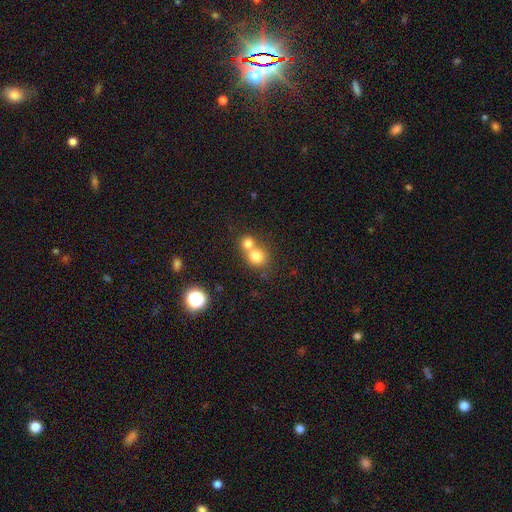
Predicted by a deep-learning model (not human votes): Morphology: type=smooth (76%); roundness=round (82%); merging=merger (58%).